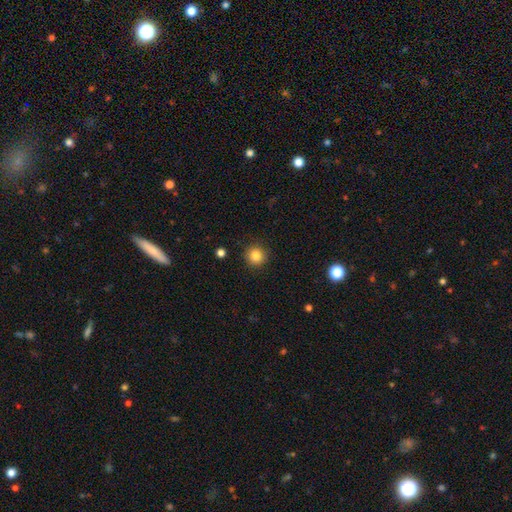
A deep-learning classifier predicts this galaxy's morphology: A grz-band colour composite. It shows a smooth galaxy with no disk features (84%) that is round (94%). Merging: none (91%).